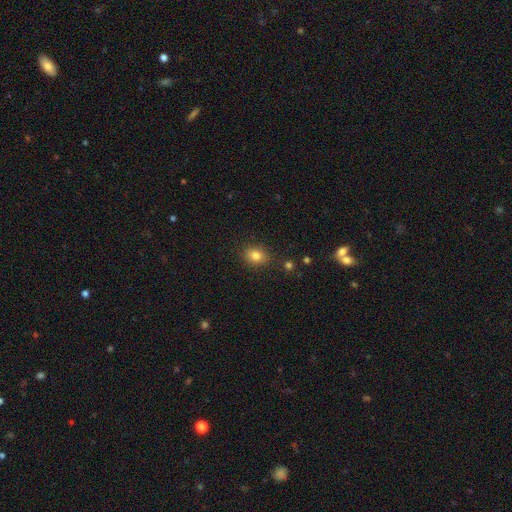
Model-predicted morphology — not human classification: smooth-or-featured: smooth: 82% | star or artifact: 11% | featured or disk: 7%
  how-rounded: in between: 52% | round: 47% | cigar-shaped: 1%
  merging: none: 87% | minor disturbance: 9% | major disturbance: 2% | merger: 2%